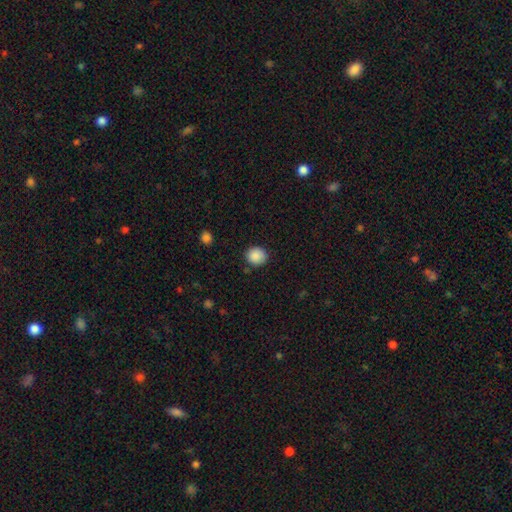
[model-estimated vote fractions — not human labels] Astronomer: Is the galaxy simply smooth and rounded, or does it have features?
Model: smooth — 89%.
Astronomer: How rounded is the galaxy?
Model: round — 79%.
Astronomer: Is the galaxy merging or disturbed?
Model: none — 86%.